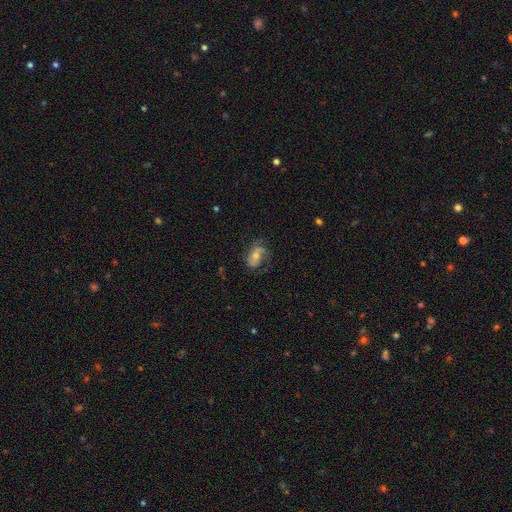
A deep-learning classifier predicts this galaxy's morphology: featured or disk 64%, smooth 28%, star or artifact 8%. Down the decision tree: edge-on disk — no (95%); bar — no (54%); spiral arms — yes (85%); spiral arm count — 2 (64%); spiral winding — medium (40%); bulge size — moderate (57%); merging — none (59%).